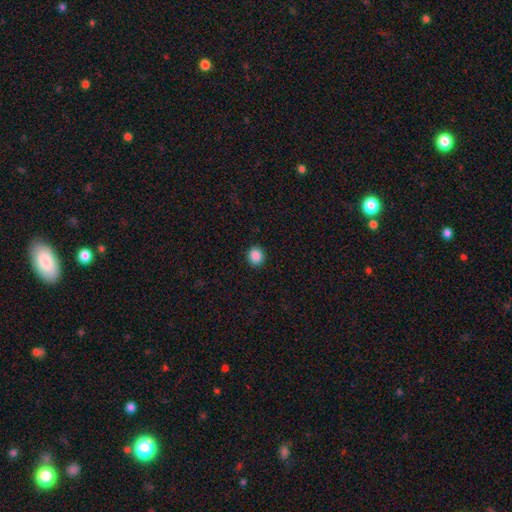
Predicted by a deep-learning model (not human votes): Smooth or featured: smooth — 88% (star or artifact — 9%)
How rounded: round — 84% (in between — 15%)
Merging: none — 92% (minor disturbance — 6%)